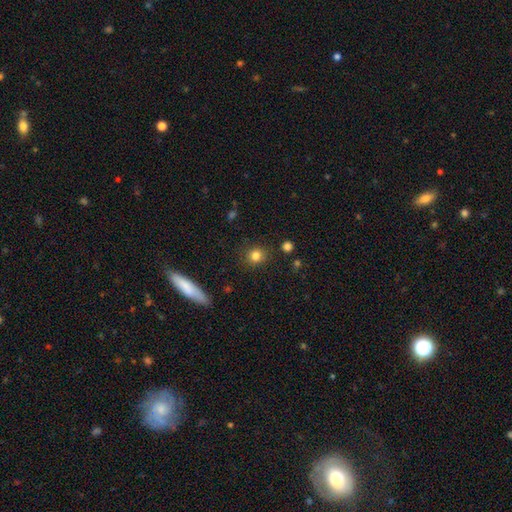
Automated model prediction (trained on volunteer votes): Smooth or featured? Predicted: smooth (p=0.82). How rounded? Predicted: round (p=0.85). Merging? Predicted: none (p=0.87).